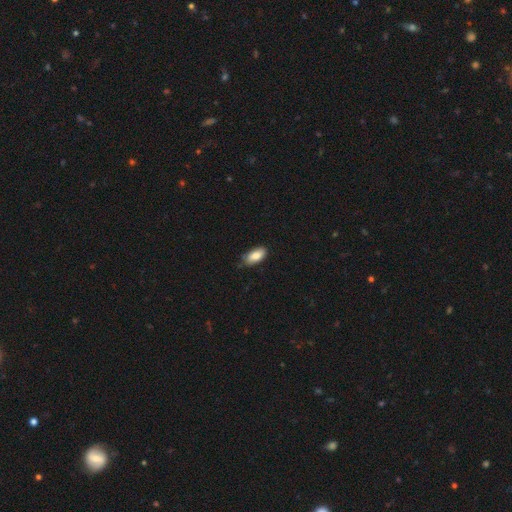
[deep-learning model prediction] A smooth galaxy with no disk features (84%) that is in between round and cigar-shaped (91%). Merging: none (72%).